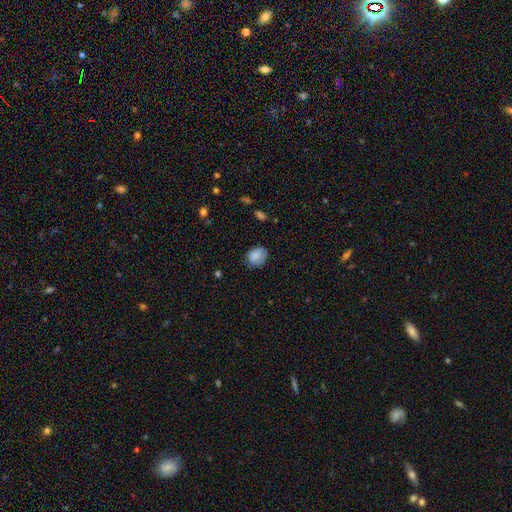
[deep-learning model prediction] smooth-or-featured: smooth: 82% | featured or disk: 10% | star or artifact: 8%
  how-rounded: in between: 54% | round: 45% | cigar-shaped: 1%
  merging: none: 66% | minor disturbance: 27% | major disturbance: 6% | merger: 1%